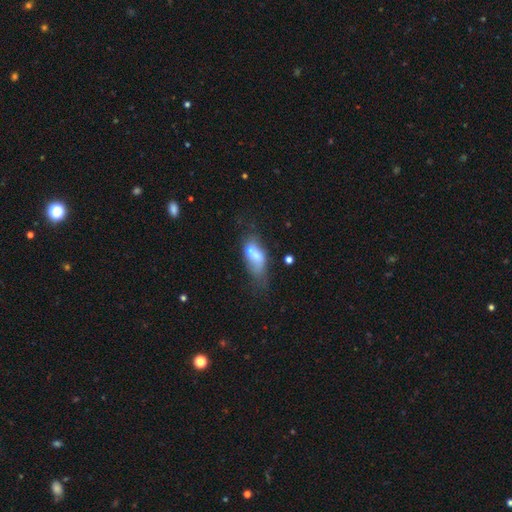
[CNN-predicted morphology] Overall: smooth (56%; featured or disk 34%). How rounded: in between (81%). Merging: merger (39%; none 24%).